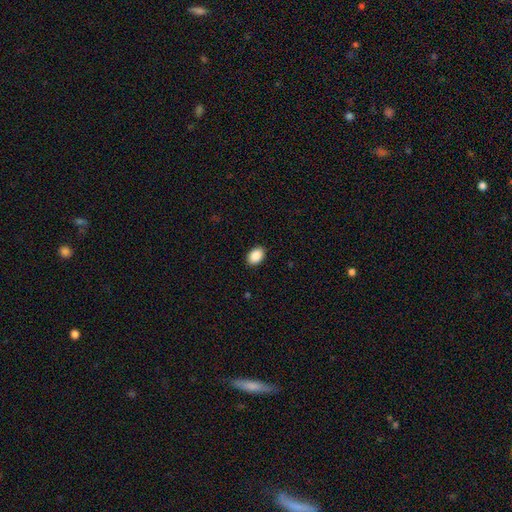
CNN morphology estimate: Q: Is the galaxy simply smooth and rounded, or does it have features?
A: smooth — 90%.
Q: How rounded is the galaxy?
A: in between — 85%.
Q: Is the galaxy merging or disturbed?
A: none — 90%.